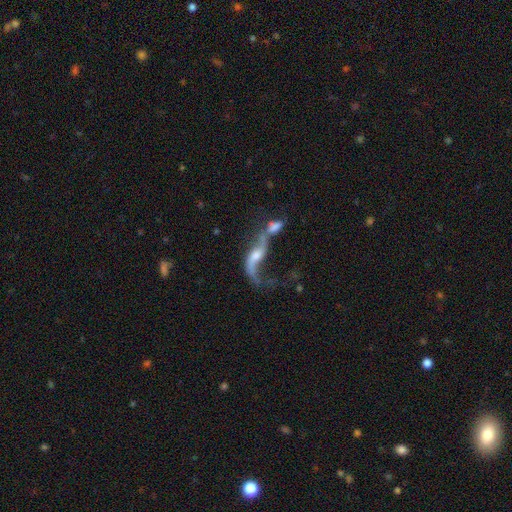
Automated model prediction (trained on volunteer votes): Smooth or featured?
  - featured or disk: 74% *
  - smooth: 16%
  - star or artifact: 10%
Edge-on disk?
  - no: 81% *
  - yes: 19%
Bar?
  - no: 53% *
  - weak: 32%
  - strong: 15%
Spiral arms?
  - yes: 78% *
  - no: 22%
Bulge size?
  - moderate: 44% *
  - small: 36%
  - none: 11%
  - large: 7%
  - dominant: 2%
Merging?
  - merger: 54% *
  - major disturbance: 18%
  - none: 18%
  - minor disturbance: 9%